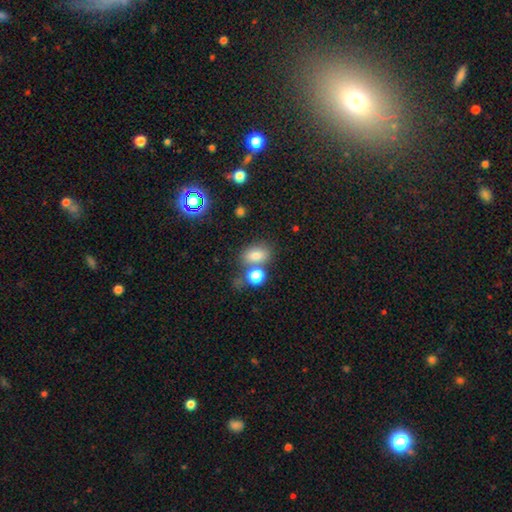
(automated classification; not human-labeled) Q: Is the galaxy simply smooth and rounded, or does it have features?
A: smooth — 76%.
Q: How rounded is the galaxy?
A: in between — 68%.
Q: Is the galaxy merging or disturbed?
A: none — 59%.